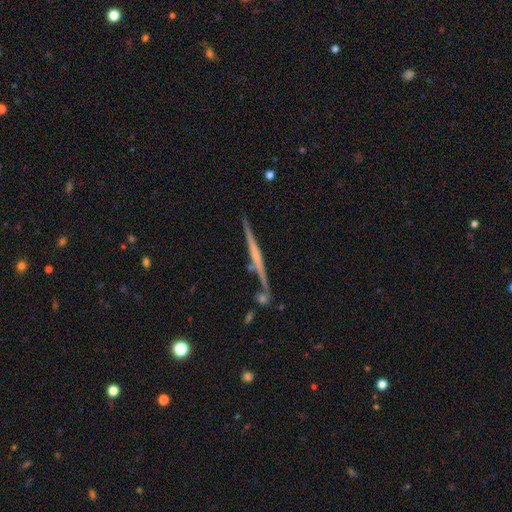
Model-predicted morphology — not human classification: Smooth or featured: featured or disk — 71% (smooth — 22%)
Edge-on disk: yes — 97% (no — 3%)
Edge-on bulge: none — 61% (rounded — 24%)
Merging: none — 75% (minor disturbance — 12%)